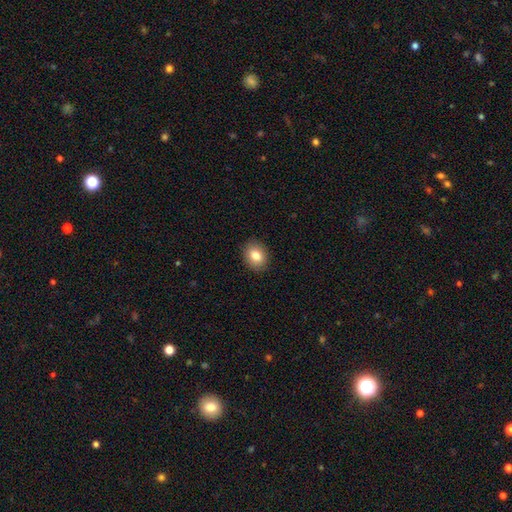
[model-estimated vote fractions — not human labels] Morphology: type=smooth (83%); roundness=in between (52%); merging=none (90%).